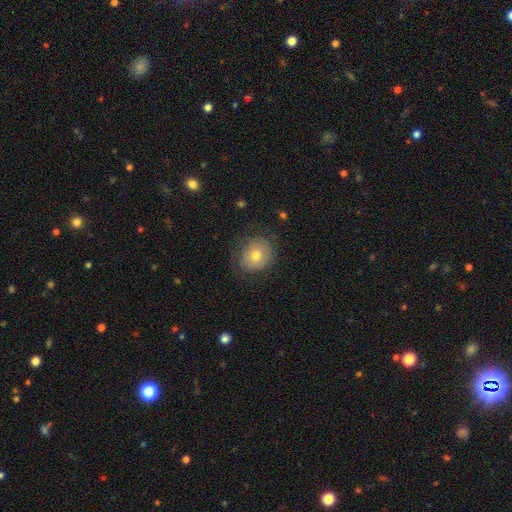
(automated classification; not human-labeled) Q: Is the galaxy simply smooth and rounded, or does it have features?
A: smooth — 67%.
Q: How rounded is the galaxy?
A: round — 67%.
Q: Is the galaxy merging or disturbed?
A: none — 73%.